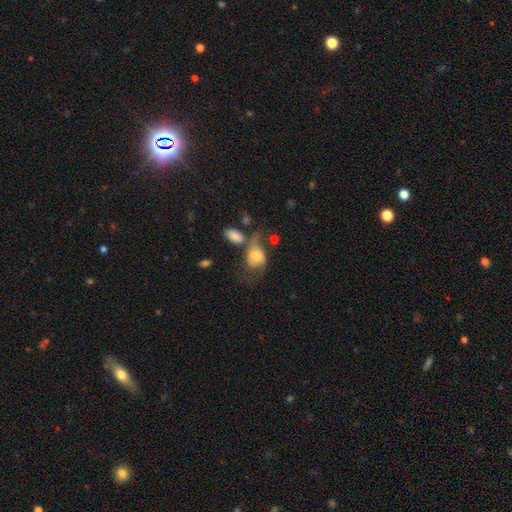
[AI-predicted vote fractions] Q: Smooth or featured?
A: smooth (63%); runner-up: featured or disk (29%)
Q: How rounded?
A: in between (65%); runner-up: round (33%)
Q: Merging?
A: major disturbance (29%); runner-up: merger (26%)